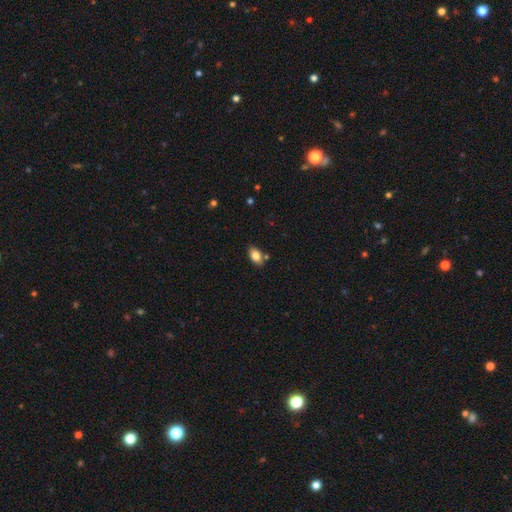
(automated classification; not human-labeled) Smooth or featured? Predicted: smooth (p=0.82). How rounded? Predicted: in between (p=0.90). Merging? Predicted: none (p=0.78).